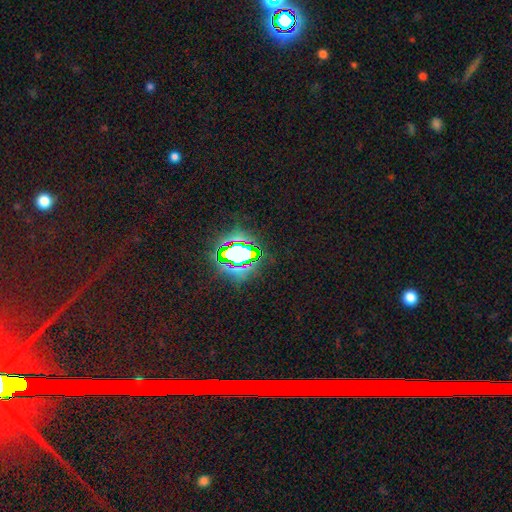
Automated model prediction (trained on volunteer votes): Q: Smooth or featured?
A: star or artifact (82%); runner-up: smooth (9%)